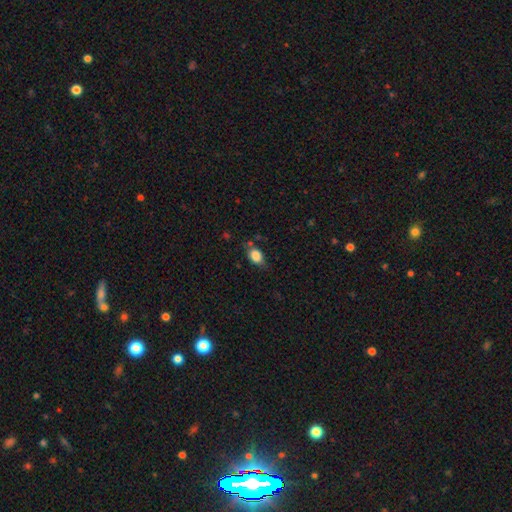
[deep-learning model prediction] smooth-or-featured: smooth: 84% | star or artifact: 9% | featured or disk: 7%
  how-rounded: in between: 72% | round: 26% | cigar-shaped: 2%
  merging: none: 64% | minor disturbance: 25% | major disturbance: 6% | merger: 4%